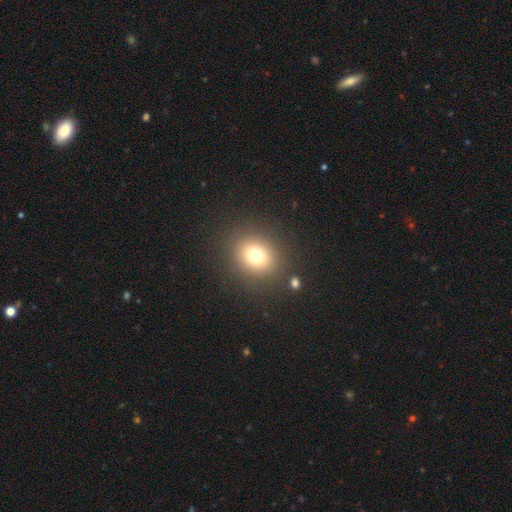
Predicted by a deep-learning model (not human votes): Smooth or featured: smooth — 74% (star or artifact — 16%)
How rounded: round — 73% (in between — 26%)
Merging: none — 87% (minor disturbance — 7%)